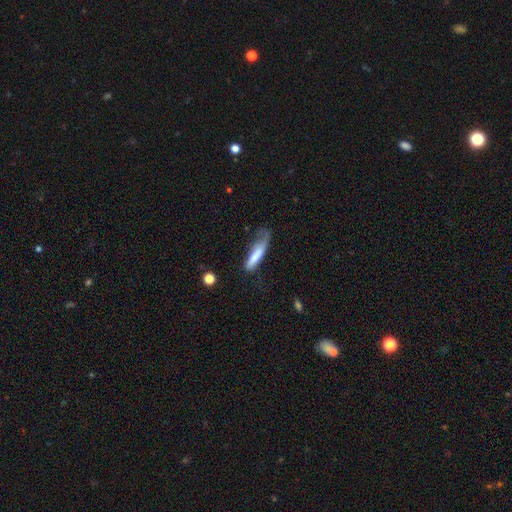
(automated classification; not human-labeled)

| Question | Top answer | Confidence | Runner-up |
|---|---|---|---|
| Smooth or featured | smooth | 73% | featured or disk (21%) |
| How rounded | cigar-shaped | 76% | in between (22%) |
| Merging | minor disturbance | 33% | tied: none (33%) |